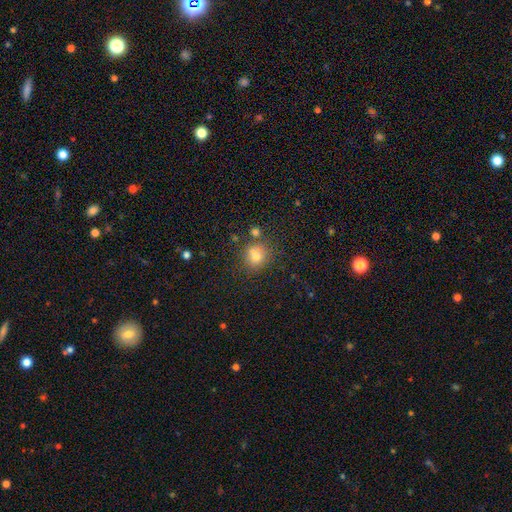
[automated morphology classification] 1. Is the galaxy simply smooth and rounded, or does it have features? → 72% smooth, 16% star or artifact, 11% featured or disk.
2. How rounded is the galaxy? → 78% round, 21% in between, 1% cigar-shaped.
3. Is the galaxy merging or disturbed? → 65% none, 17% merger, 14% minor disturbance, 5% major disturbance.